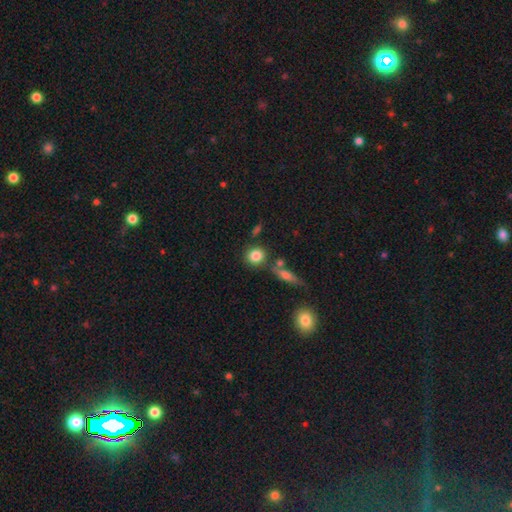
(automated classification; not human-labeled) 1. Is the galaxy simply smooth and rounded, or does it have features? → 83% smooth, 9% star or artifact, 8% featured or disk.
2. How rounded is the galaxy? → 80% round, 18% in between, 3% cigar-shaped.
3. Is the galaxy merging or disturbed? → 73% none, 13% merger, 11% minor disturbance, 4% major disturbance.